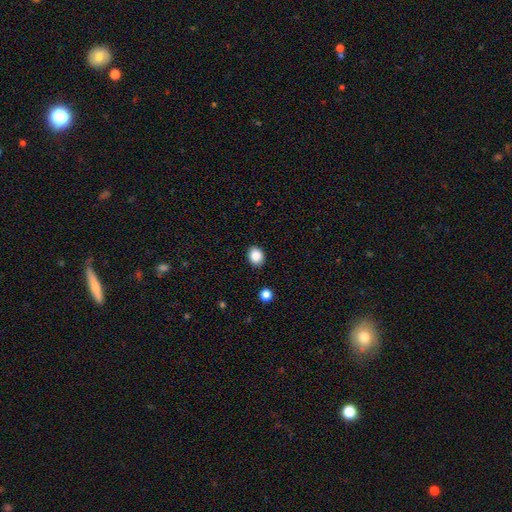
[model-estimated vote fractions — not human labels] smooth-or-featured: smooth: 87% | star or artifact: 9% | featured or disk: 4%
  how-rounded: round: 53% | in between: 46% | cigar-shaped: 1%
  merging: none: 89% | minor disturbance: 8% | major disturbance: 2% | merger: 1%